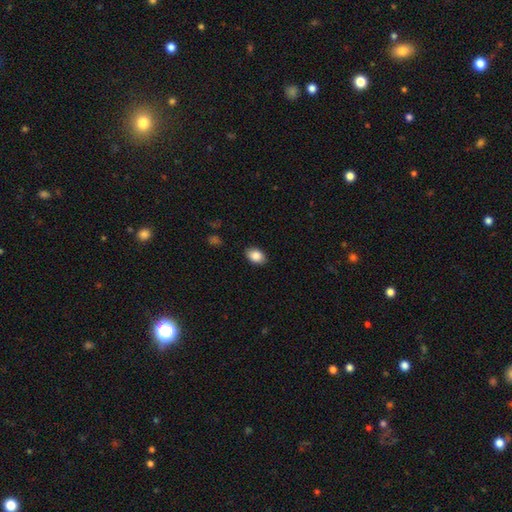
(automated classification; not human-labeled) A smooth galaxy with no disk features (87%) that is in between round and cigar-shaped (84%). Merging: none (88%).